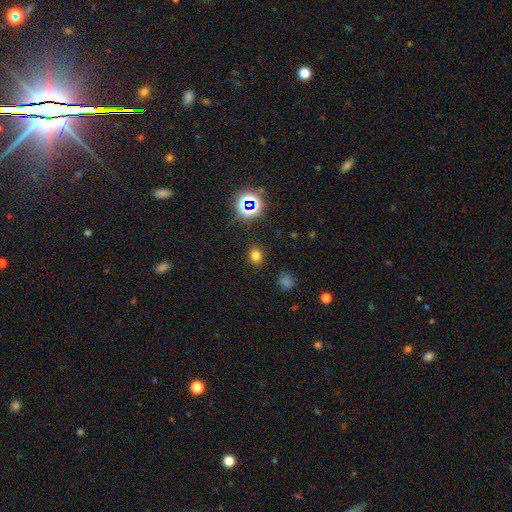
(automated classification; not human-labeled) Morphology: type=smooth (71%); roundness=round (58%); merging=none (87%).